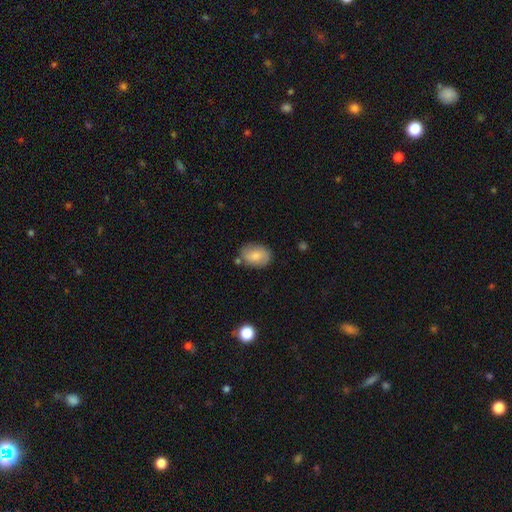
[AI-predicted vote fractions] The model was most divided on "smooth or featured": smooth: 67%, featured or disk: 26%, star or artifact: 8%. More confident: how rounded — in between (77%); merging — none (75%).